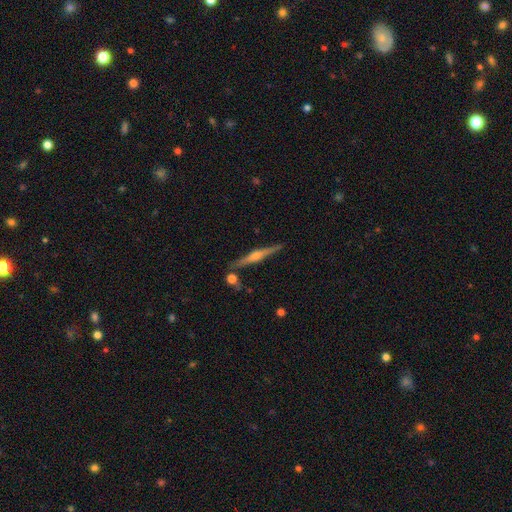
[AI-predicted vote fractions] Smooth or featured? featured or disk (82%)
Edge-on disk? yes (98%)
Edge-on bulge? rounded (88%)
Merging? none (88%)